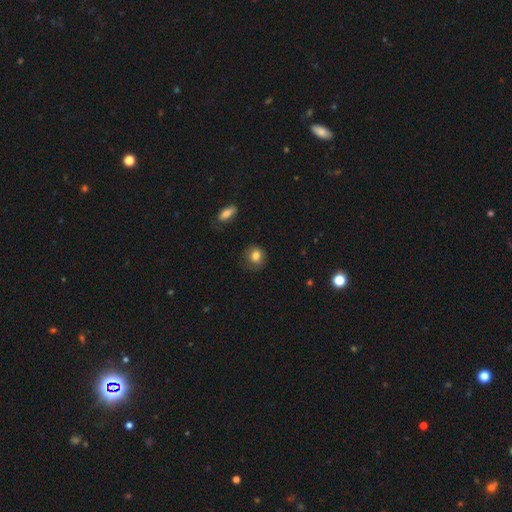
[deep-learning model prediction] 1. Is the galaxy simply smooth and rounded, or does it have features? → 81% smooth, 9% star or artifact, 9% featured or disk.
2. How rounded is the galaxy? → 74% round, 25% in between, 1% cigar-shaped.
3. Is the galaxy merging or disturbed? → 75% none, 18% minor disturbance, 5% major disturbance, 1% merger.